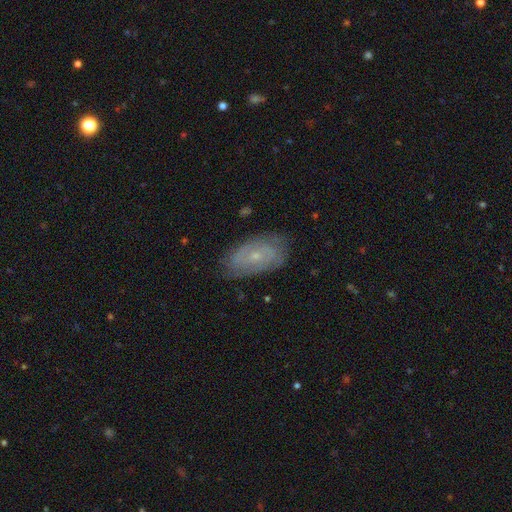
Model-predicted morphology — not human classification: A featured or disk galaxy (66%) with no bar (67%), 2 (42%) tight (57%) spiral arms (82%) and a small central bulge (70%). Merging: none (78%).